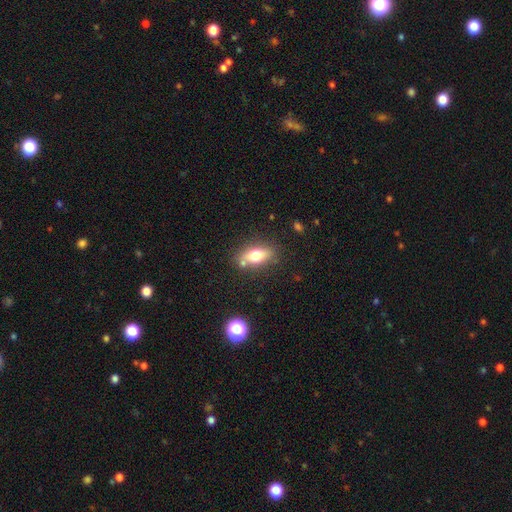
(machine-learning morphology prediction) Smooth or featured? Predicted: smooth (p=0.66). How rounded? Predicted: in between (p=0.76). Merging? Predicted: none (p=0.74).